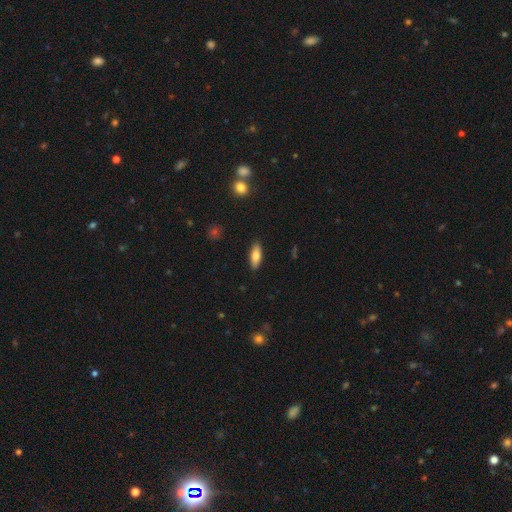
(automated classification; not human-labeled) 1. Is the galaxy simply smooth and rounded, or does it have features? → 78% smooth, 16% featured or disk, 7% star or artifact.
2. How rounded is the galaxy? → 70% in between, 28% cigar-shaped, 2% round.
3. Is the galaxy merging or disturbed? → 88% none, 9% minor disturbance, 2% major disturbance, 1% merger.